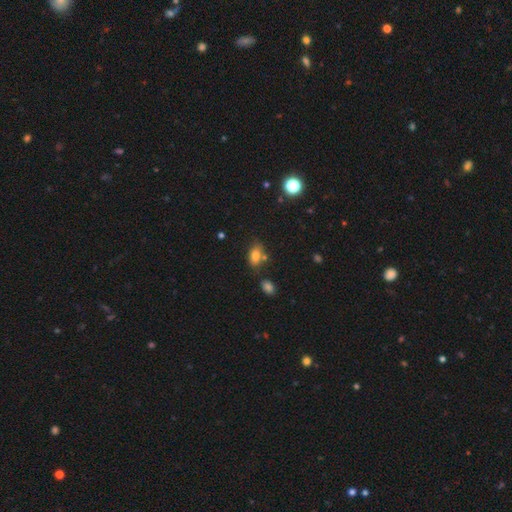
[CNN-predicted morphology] smooth_or_featured: smooth (p=0.78) [alt: star or artifact p=0.11]
how_rounded: in between (p=0.86) [alt: round p=0.10]
merging: none (p=0.65) [alt: minor disturbance p=0.17]